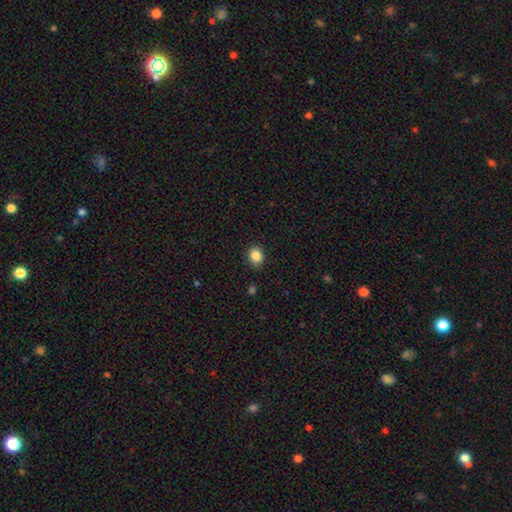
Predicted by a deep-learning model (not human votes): A smooth galaxy with no disk features (85%) that is round (68%). Merging: none (90%).